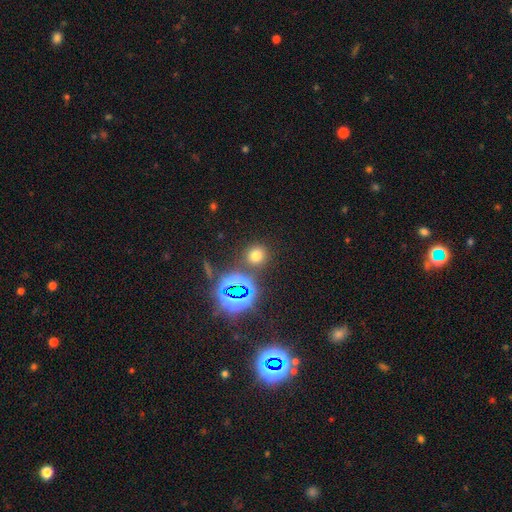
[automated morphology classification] Smooth or featured? smooth (61%)
How rounded? round (87%)
Merging? none (84%)